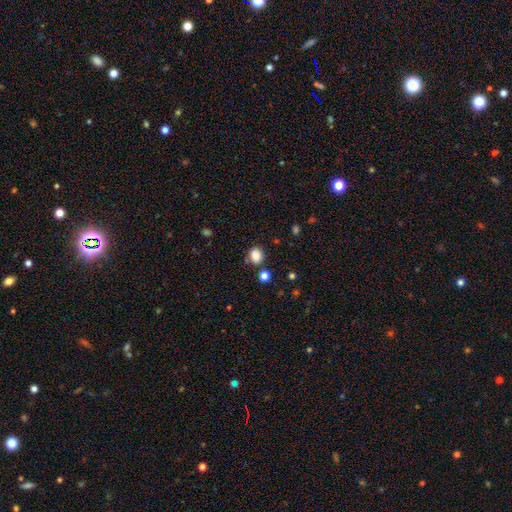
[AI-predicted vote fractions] Smooth or featured? Predicted: smooth (p=0.85). How rounded? Predicted: round (p=0.57). Merging? Predicted: none (p=0.78).